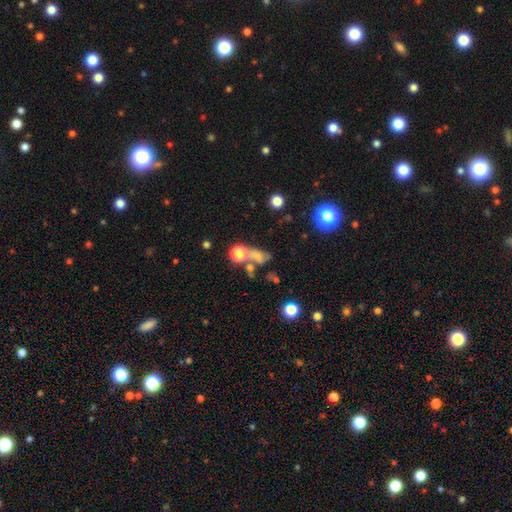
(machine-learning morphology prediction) smooth-or-featured: smooth: 60% | star or artifact: 21% | featured or disk: 19%
  how-rounded: in between: 49% | round: 41% | cigar-shaped: 11%
  merging: merger: 38% | none: 32% | major disturbance: 16% | minor disturbance: 14%